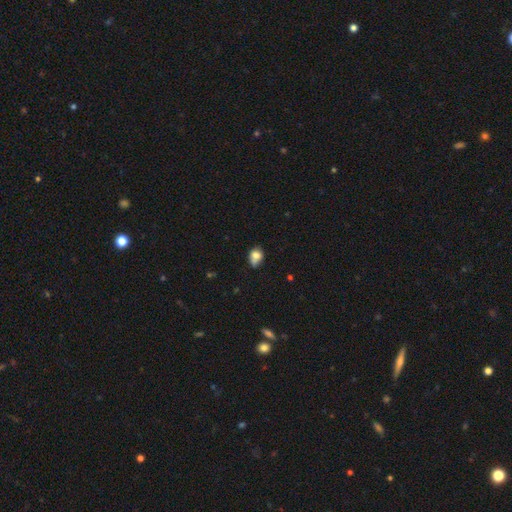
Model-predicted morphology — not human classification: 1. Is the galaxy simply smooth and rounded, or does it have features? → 75% smooth, 14% featured or disk, 10% star or artifact.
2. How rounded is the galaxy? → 55% in between, 44% round, 1% cigar-shaped.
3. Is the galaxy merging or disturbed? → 38% none, 34% minor disturbance, 15% merger, 13% major disturbance.